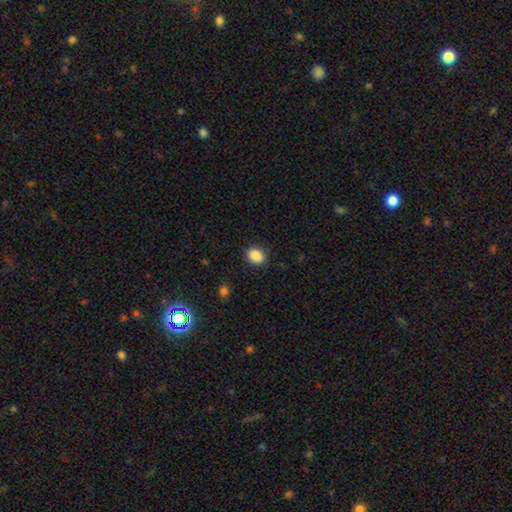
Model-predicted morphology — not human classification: smooth 88%, star or artifact 8%, featured or disk 3%. Down the decision tree: how rounded — in between (60%); merging — none (88%).